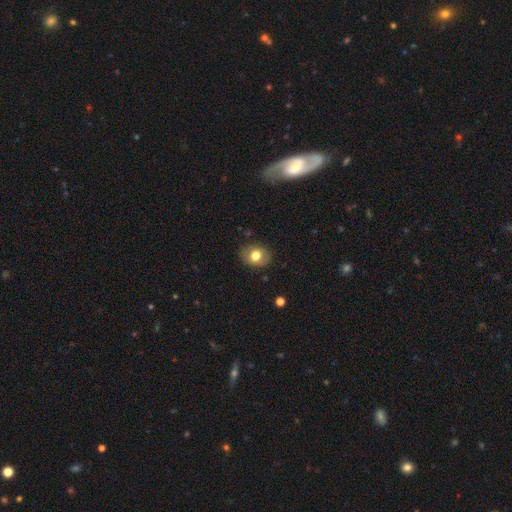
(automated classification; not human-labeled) A smooth galaxy with no disk features (76%) that is in between round and cigar-shaped (53%). Merging: none (83%).